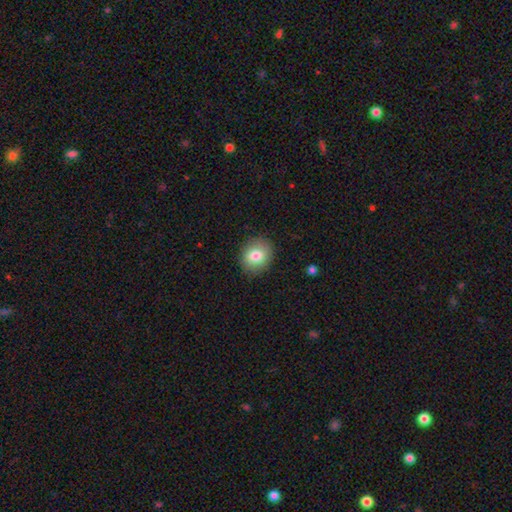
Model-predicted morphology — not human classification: smooth 81%, featured or disk 11%, star or artifact 9%. Down the decision tree: how rounded — round (66%); merging — none (88%).